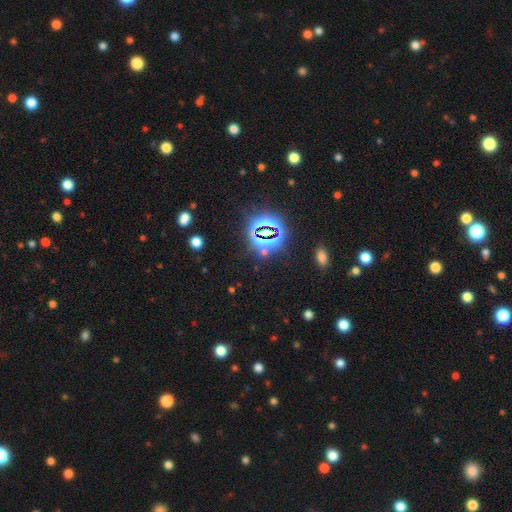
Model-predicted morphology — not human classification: Smooth or featured? star or artifact (81%)